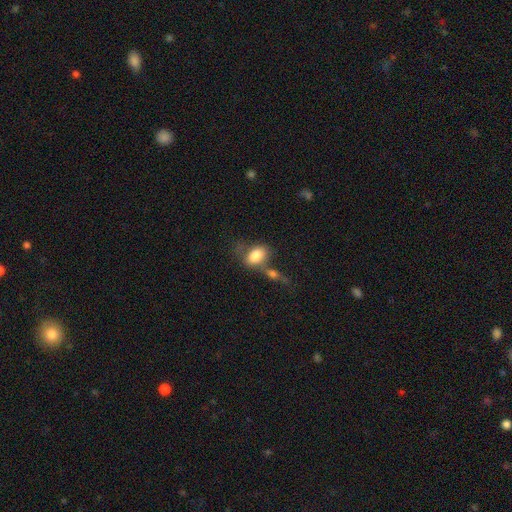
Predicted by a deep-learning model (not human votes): A smooth galaxy with no disk features (80%) that is in between round and cigar-shaped (86%). Merging: merger (37%).